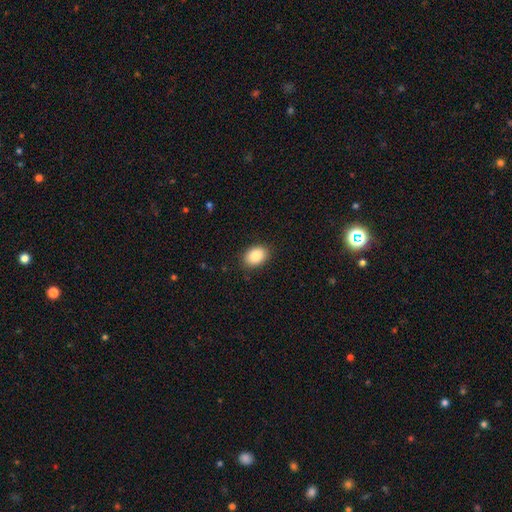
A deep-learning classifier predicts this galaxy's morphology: smooth 89%, star or artifact 7%, featured or disk 4%. Down the decision tree: how rounded — in between (82%); merging — none (88%).